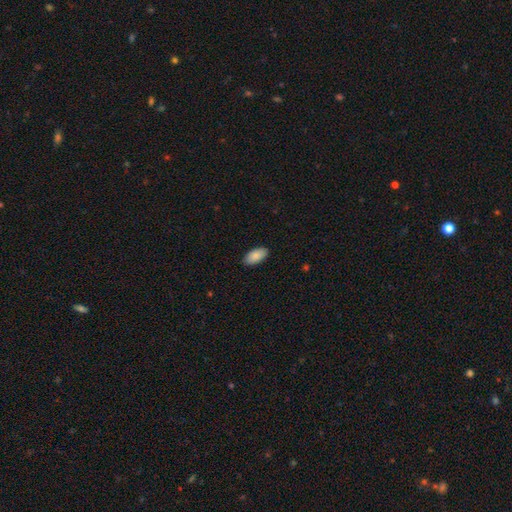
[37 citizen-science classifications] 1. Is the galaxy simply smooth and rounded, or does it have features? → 92% smooth, 5% featured or disk, 3% star or artifact.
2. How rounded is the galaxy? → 94% in between, 6% cigar-shaped, 0% round.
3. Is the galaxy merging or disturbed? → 86% none, 14% minor disturbance, 0% major disturbance, 0% merger.